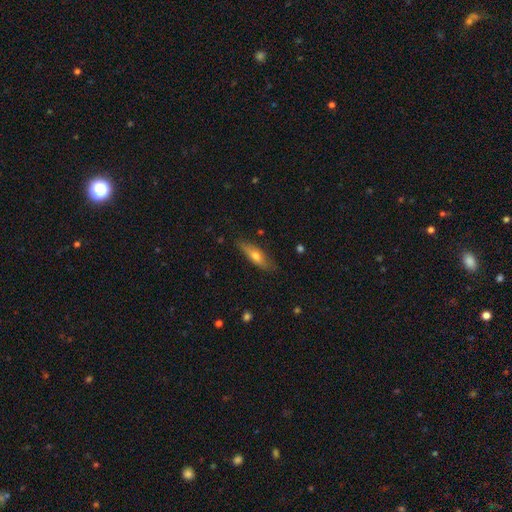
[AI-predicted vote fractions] Smooth or featured: smooth — 56% (featured or disk — 38%)
How rounded: cigar-shaped — 62% (in between — 36%)
Merging: none — 81% (minor disturbance — 15%)